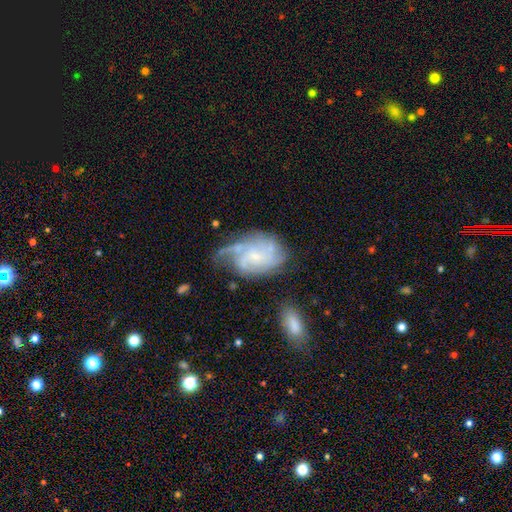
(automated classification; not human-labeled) A featured or disk galaxy (75%) with no bar (70%), tight (40%) spiral arms (88%) and a small central bulge (76%).

Vote fractions:
- Smooth or featured? featured or disk: 75% / smooth: 17% / star or artifact: 8%
- Edge-on disk? no: 97% / yes: 3%
- Bar? no: 70% / weak: 27% / strong: 4%
- Spiral arms? yes: 88% / no: 12%
- Spiral winding? tight: 40% / medium: 37% / loose: 23%
- Spiral arm count? can't tell: 39% / 3: 18% / 4: 14% / 2: 14% / 1: 8% / more than 4: 7%
- Bulge size? small: 76% / moderate: 14% / none: 7% / large: 1% / dominant: 1%
- Merging? none: 43% / minor disturbance: 27% / major disturbance: 24% / merger: 6%